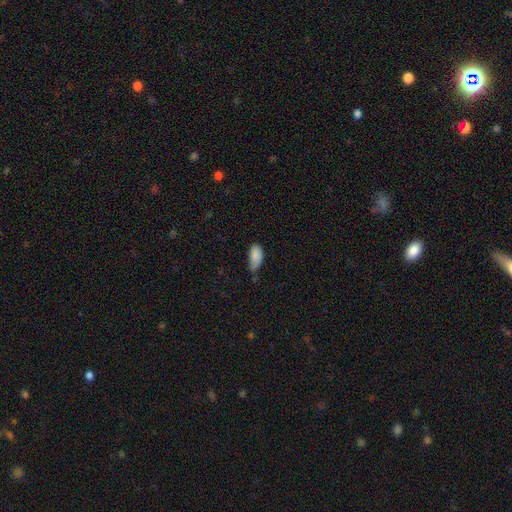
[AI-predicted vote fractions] Overall: smooth (85%). How rounded: in between (92%). Merging: minor disturbance (49%; none 33%).